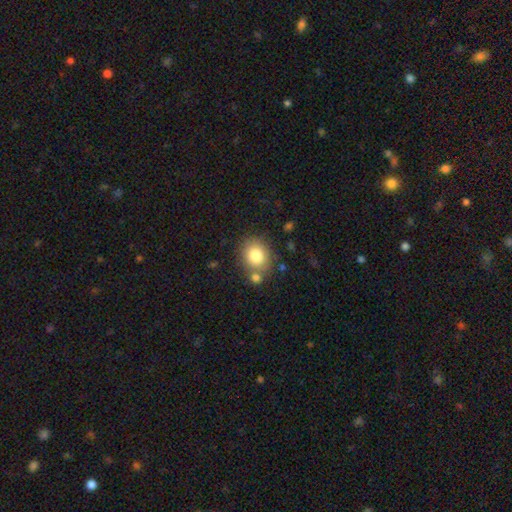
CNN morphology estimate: This is clearly a smooth galaxy (81%). How rounded: likely round (70%). Merging: likely none (70%).